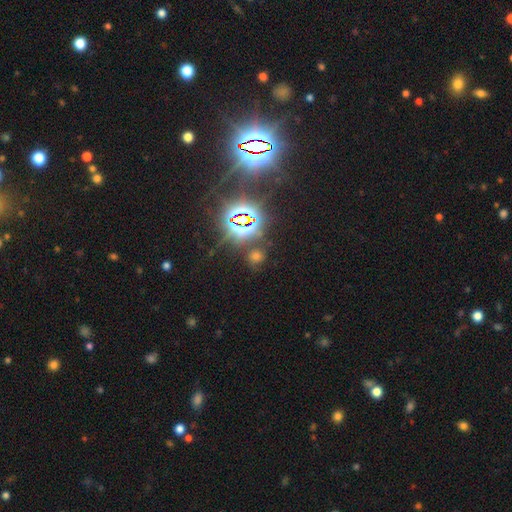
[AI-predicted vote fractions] Smooth or featured? star or artifact (51%)